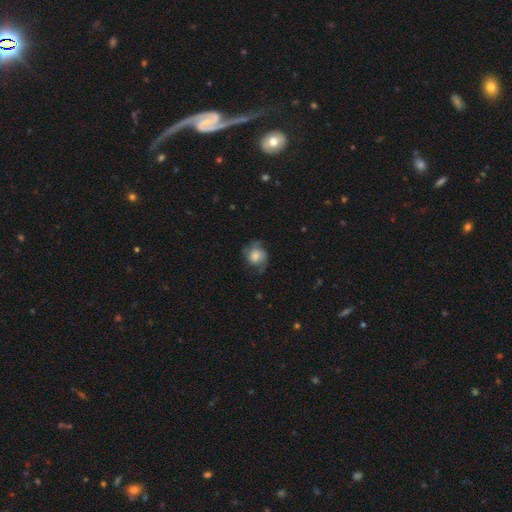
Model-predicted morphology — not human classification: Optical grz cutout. It shows a featured or disk galaxy (53%) with no bar (72%), spiral arms (87%) and a moderate central bulge (45%). Merging: none (59%).